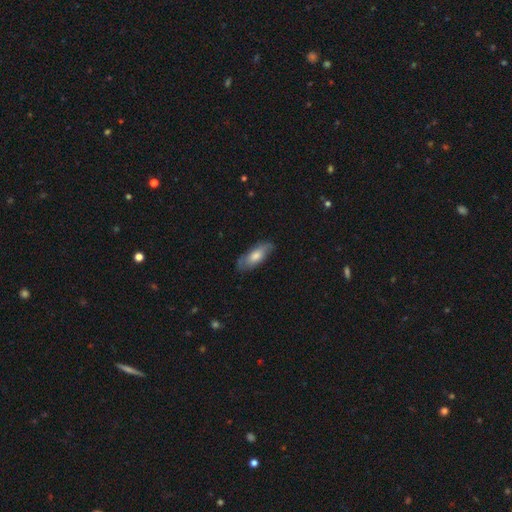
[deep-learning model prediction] The model was most divided on "smooth or featured": smooth: 65%, featured or disk: 29%, star or artifact: 6%. More confident: merging — none (80%); how rounded — in between (72%).